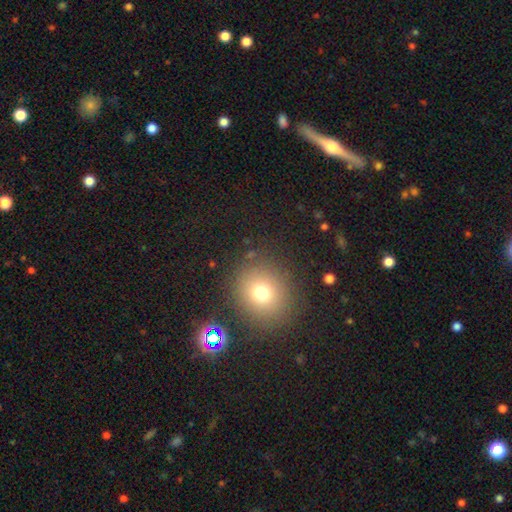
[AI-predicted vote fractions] smooth 60%, star or artifact 23%, featured or disk 17%. Down the decision tree: how rounded — round (89%); merging — none (88%).